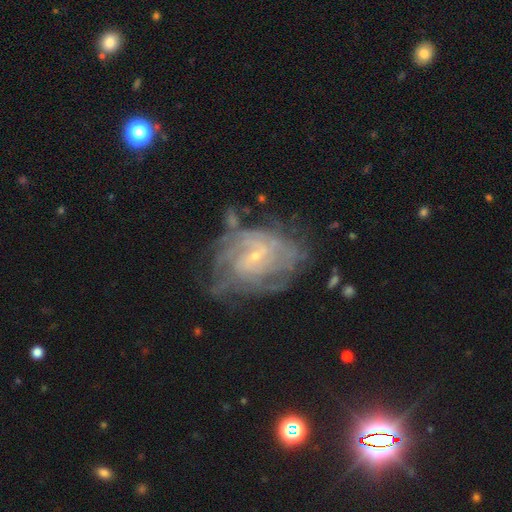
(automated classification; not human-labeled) Smooth or featured? featured or disk (83%)
Edge-on disk? no (97%)
Bar? no (46%)
Spiral arms? yes (89%)
Spiral winding? tight (59%)
Spiral arm count? can't tell (46%)
Bulge size? small (82%)
Merging? none (55%)